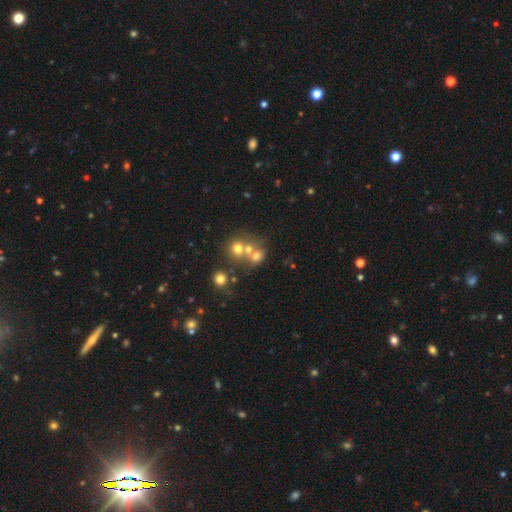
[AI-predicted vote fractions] A smooth galaxy with no disk features (61%) that is round (69%). Merging: merger (52%).